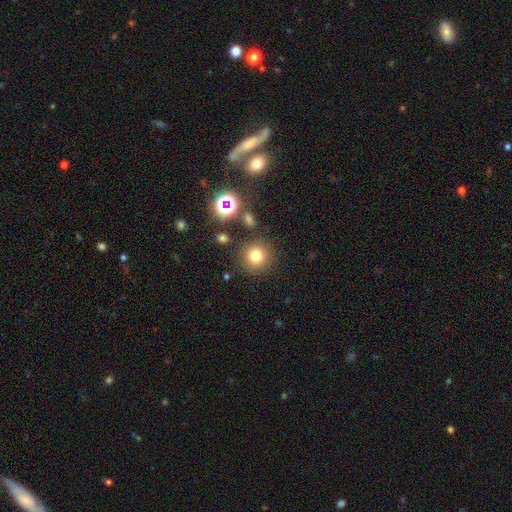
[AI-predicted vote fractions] A smooth galaxy with no disk features (75%) that is round (94%). Merging: none (85%).